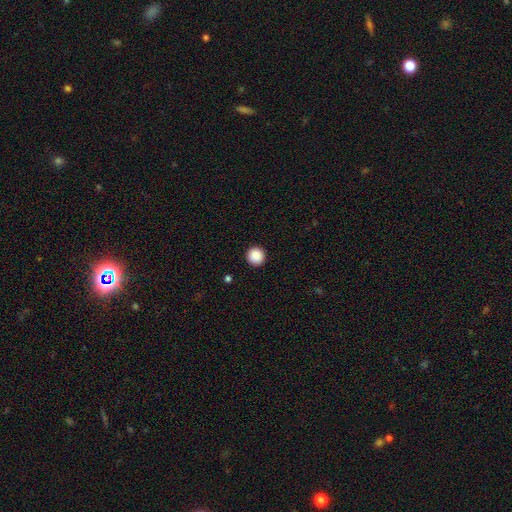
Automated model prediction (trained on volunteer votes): smooth_or_featured: smooth (p=0.89) [alt: star or artifact p=0.09]
how_rounded: round (p=0.96) [alt: in between p=0.03]
merging: none (p=0.93) [alt: minor disturbance p=0.04]